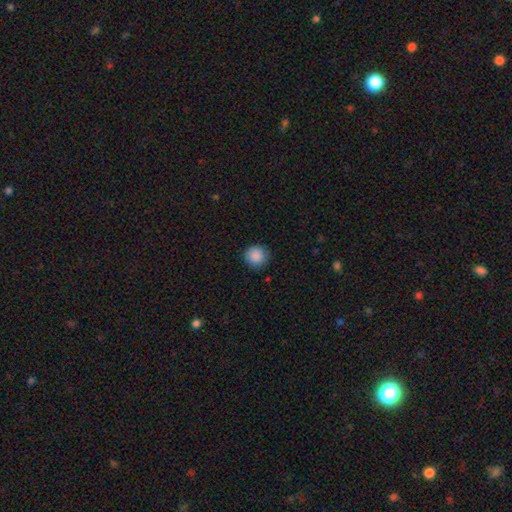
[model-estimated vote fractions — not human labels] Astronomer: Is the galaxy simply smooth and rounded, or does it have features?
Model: smooth — 88%.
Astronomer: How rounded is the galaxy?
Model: round — 94%.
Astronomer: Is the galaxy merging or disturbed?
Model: none — 89%.